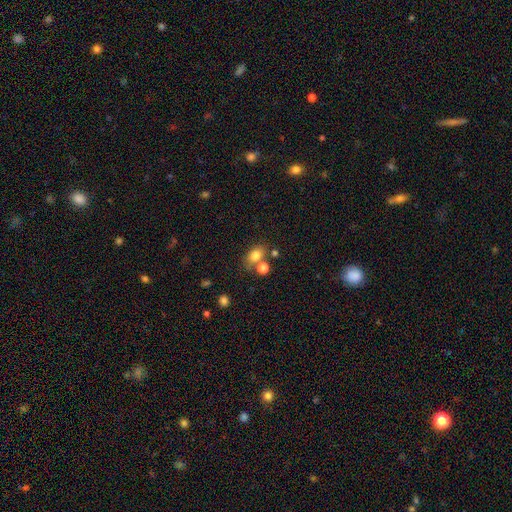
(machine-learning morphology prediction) type=smooth (78%); roundness=in between (67%); merging=none (59%).